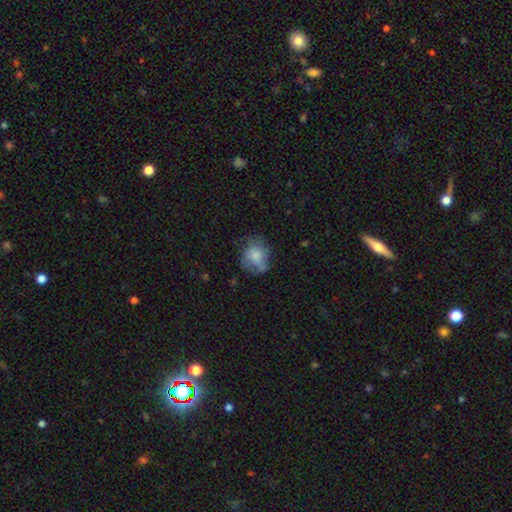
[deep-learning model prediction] Q: Smooth or featured?
A: smooth (63%); runner-up: featured or disk (28%)
Q: How rounded?
A: round (59%); runner-up: in between (40%)
Q: Merging?
A: none (51%); runner-up: minor disturbance (28%)